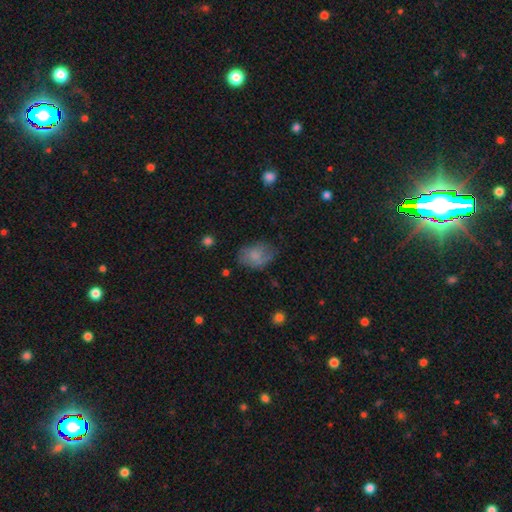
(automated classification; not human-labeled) This is likely a smooth galaxy (71%). How rounded: likely in between (80%). Merging: possibly none (57%).